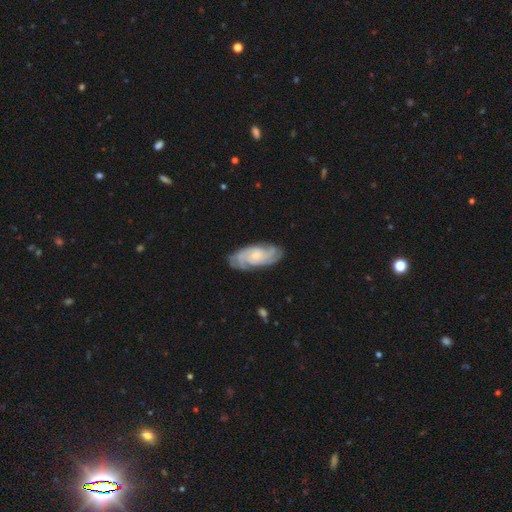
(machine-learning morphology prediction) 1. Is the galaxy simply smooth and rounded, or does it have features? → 87% featured or disk, 8% smooth, 5% star or artifact.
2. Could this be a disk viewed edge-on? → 95% no, 5% yes.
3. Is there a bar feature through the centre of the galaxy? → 71% no, 23% weak, 5% strong.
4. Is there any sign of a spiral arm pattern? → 98% yes, 2% no.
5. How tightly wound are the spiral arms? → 68% tight, 27% medium, 5% loose.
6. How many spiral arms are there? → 26% 3, 24% 4, 21% can't tell, 17% 2, 7% more than 4, 5% 1.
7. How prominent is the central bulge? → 68% small, 27% moderate, 3% none, 2% large, 1% dominant.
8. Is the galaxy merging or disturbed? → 80% none, 15% minor disturbance, 4% major disturbance, 1% merger.